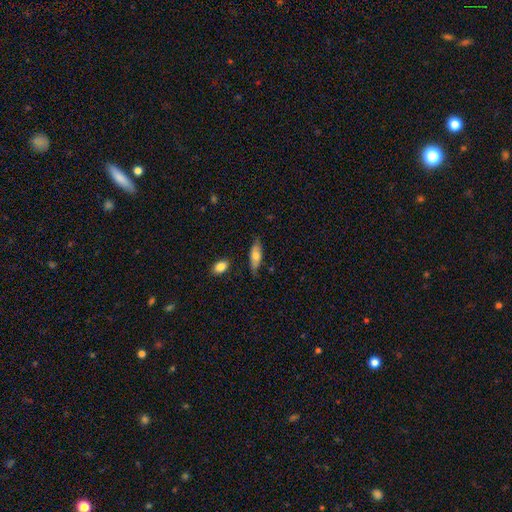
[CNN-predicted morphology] Smooth or featured: smooth — 64% (featured or disk — 30%)
How rounded: in between — 64% (cigar-shaped — 34%)
Merging: none — 74% (minor disturbance — 20%)